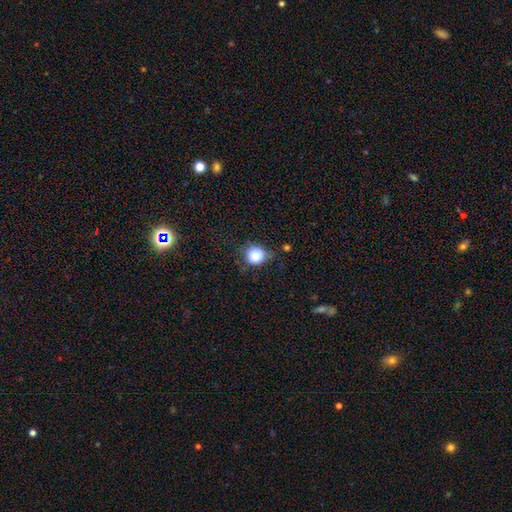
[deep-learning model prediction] Smooth or featured?
  - smooth: 84% *
  - star or artifact: 10%
  - featured or disk: 6%
How rounded?
  - round: 87% *
  - in between: 12%
  - cigar-shaped: 1%
Merging?
  - none: 65% *
  - minor disturbance: 24%
  - major disturbance: 7%
  - merger: 3%